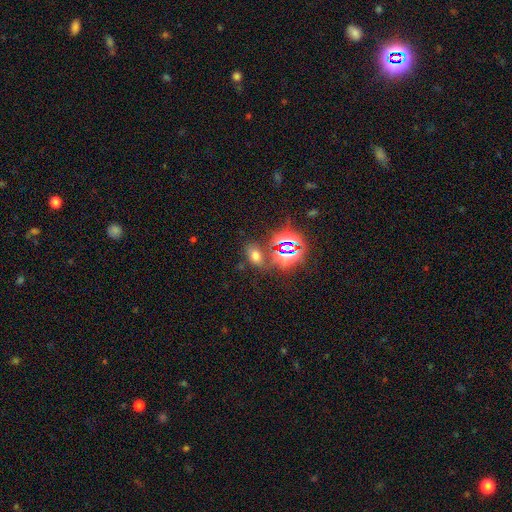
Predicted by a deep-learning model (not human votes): This appears to be a smooth galaxy with no disk features (53%) that is in between round and cigar-shaped (79%). Merging: none (74%).